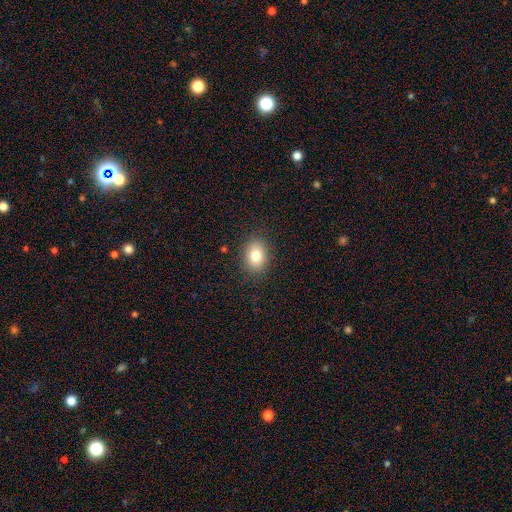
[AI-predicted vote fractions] smooth 81%, featured or disk 10%, star or artifact 9%. Down the decision tree: how rounded — in between (71%); merging — none (87%).